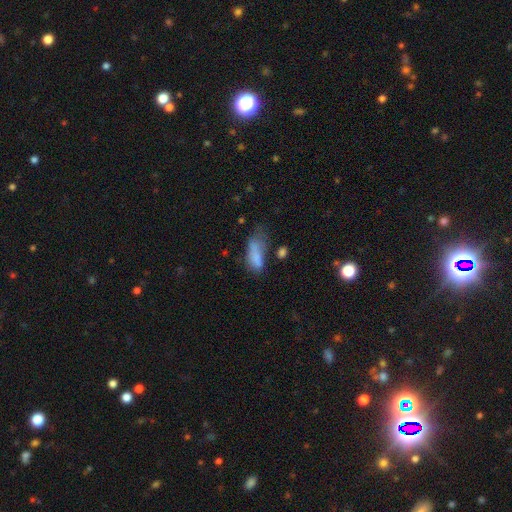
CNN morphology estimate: A smooth galaxy with no disk features (75%) that is in between round and cigar-shaped (77%).

Vote fractions:
- Smooth or featured? smooth: 75% / featured or disk: 15% / star or artifact: 10%
- How rounded? in between: 77% / cigar-shaped: 20% / round: 3%
- Merging? major disturbance: 34% / minor disturbance: 31% / none: 26% / merger: 9%